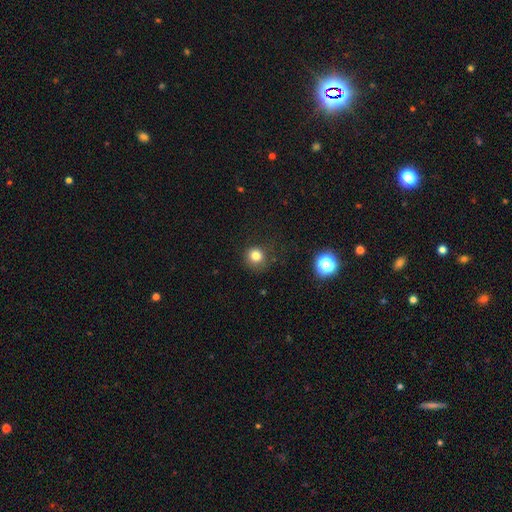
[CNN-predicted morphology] Smooth or featured? Predicted: smooth (p=0.80). How rounded? Predicted: round (p=0.91). Merging? Predicted: none (p=0.81).